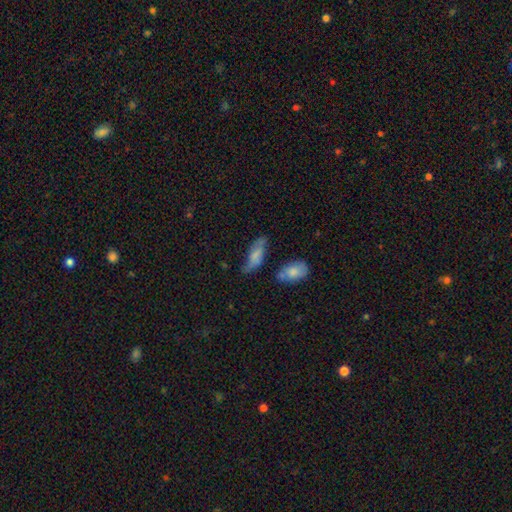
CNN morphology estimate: This is likely a smooth galaxy (66%). How rounded: likely in between (70%). Merging: possibly none (50%).